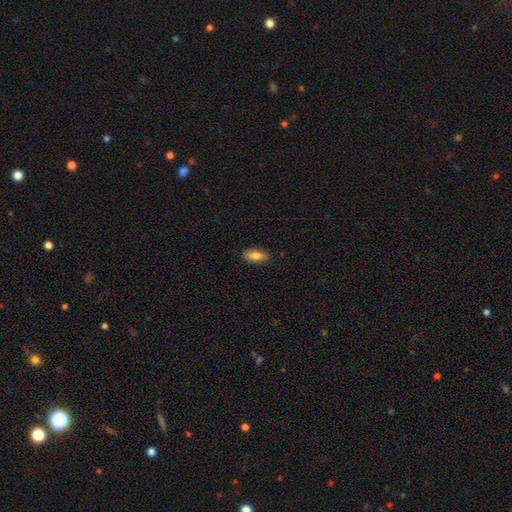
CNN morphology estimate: Q: Smooth or featured?
A: smooth (79%); runner-up: featured or disk (14%)
Q: How rounded?
A: in between (82%); runner-up: cigar-shaped (15%)
Q: Merging?
A: none (84%); runner-up: minor disturbance (12%)